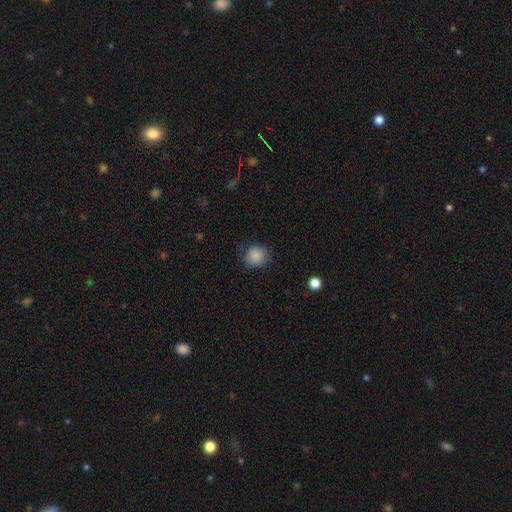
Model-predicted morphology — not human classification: A smooth galaxy with no disk features (87%) that is round (82%).

Vote fractions:
- Smooth or featured? smooth: 87% / star or artifact: 9% / featured or disk: 4%
- How rounded? round: 82% / in between: 17% / cigar-shaped: 1%
- Merging? none: 80% / minor disturbance: 15% / major disturbance: 4% / merger: 1%